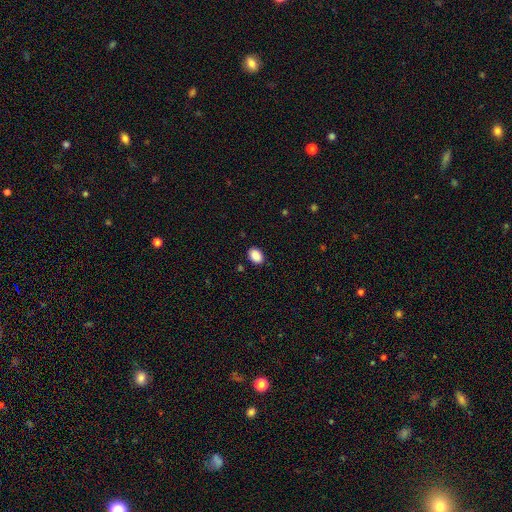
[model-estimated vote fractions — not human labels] Smooth or featured? smooth (90%)
How rounded? in between (80%)
Merging? none (87%)